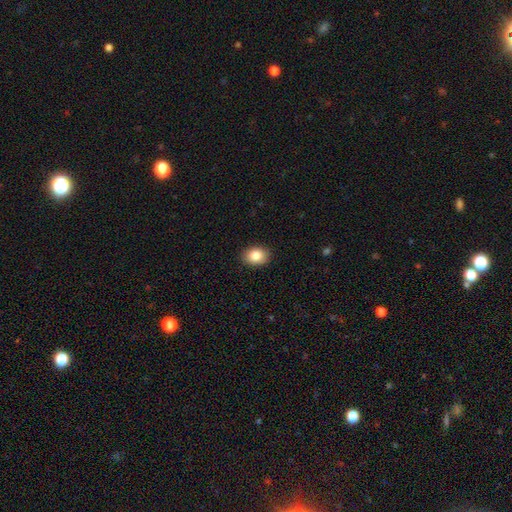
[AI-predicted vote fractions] Morphology: type=smooth (85%); roundness=in between (70%); merging=none (89%).